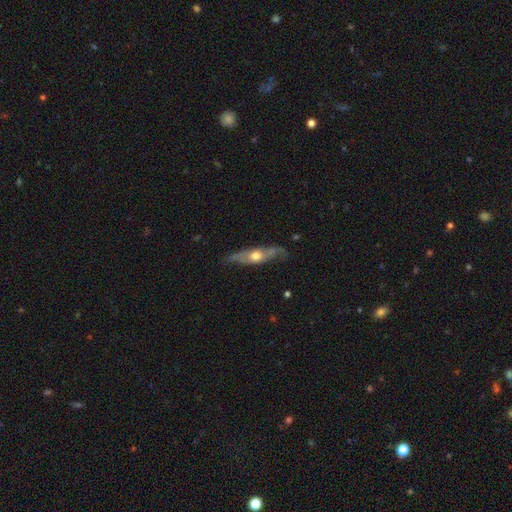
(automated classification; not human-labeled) The model was most divided on "edge-on disk": yes: 60%, no: 40%. More confident: smooth or featured — featured or disk (67%); merging — none (66%).